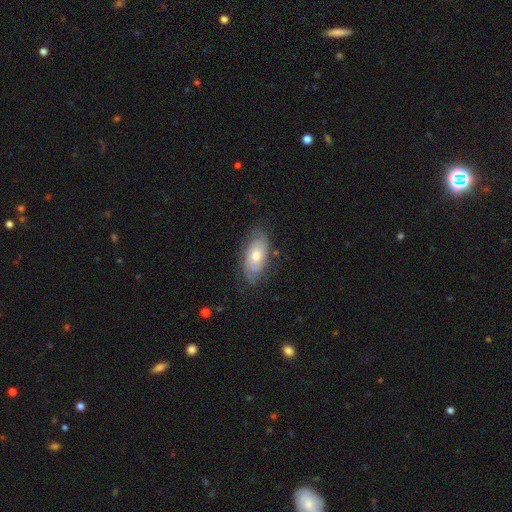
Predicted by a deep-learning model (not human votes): smooth-or-featured: featured or disk: 66% | smooth: 27% | star or artifact: 7%
  disk-edge-on: no: 90% | yes: 10%
    bar: no: 76% | weak: 21% | strong: 4%
    has-spiral-arms: yes: 88% | no: 12%
      spiral-winding: tight: 55% | medium: 32% | loose: 13%
      spiral-arm-count: can't tell: 41% | 2: 38% | 3: 10% | 1: 5% | 4: 4% | more than 4: 3%
    bulge-size: moderate: 66% | small: 21% | large: 10% | none: 2% | dominant: 1%
  merging: none: 71% | minor disturbance: 20% | major disturbance: 7% | merger: 1%